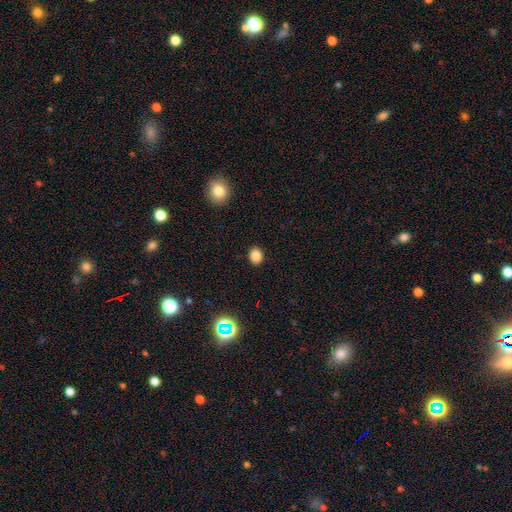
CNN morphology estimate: Smooth or featured: smooth — 84% (star or artifact — 12%)
How rounded: round — 55% (in between — 44%)
Merging: none — 90% (minor disturbance — 7%)